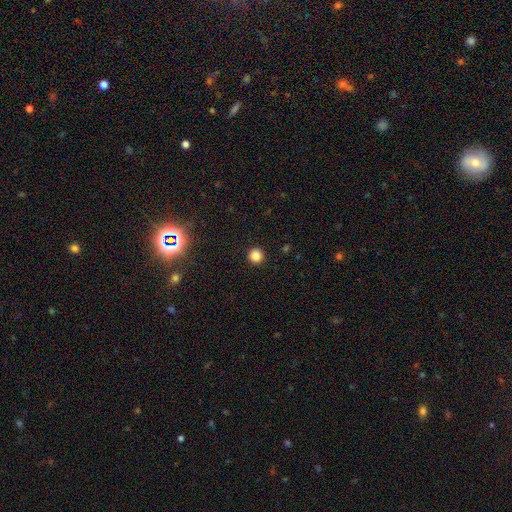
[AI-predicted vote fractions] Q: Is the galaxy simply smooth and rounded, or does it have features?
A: smooth — 85%.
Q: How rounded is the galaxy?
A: round — 95%.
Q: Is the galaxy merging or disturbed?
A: none — 93%.